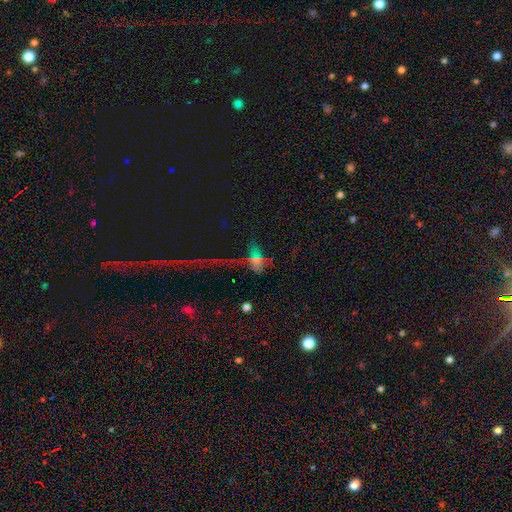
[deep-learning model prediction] A star or artifact, not a galaxy (44%).

Vote fractions:
- Smooth or featured? star or artifact: 44% / smooth: 34% / featured or disk: 22%